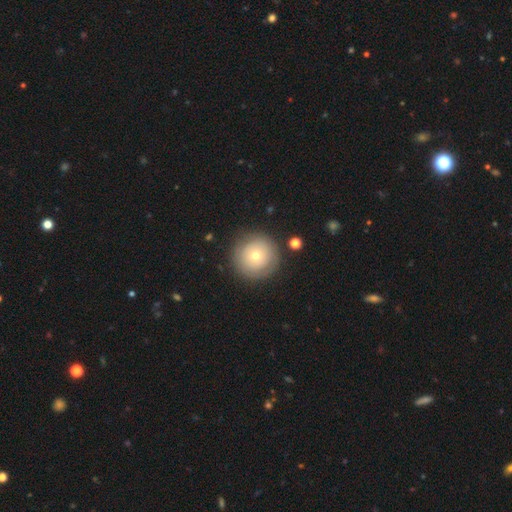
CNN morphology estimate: Smooth or featured: smooth — 66% (featured or disk — 25%)
How rounded: round — 96% (in between — 3%)
Merging: none — 84% (minor disturbance — 10%)